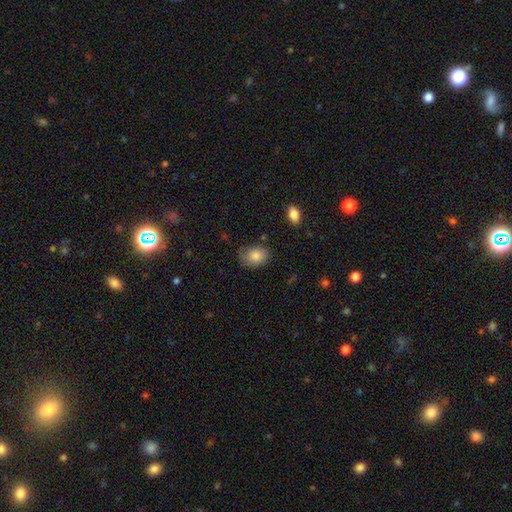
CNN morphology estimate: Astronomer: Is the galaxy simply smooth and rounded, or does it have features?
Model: smooth — 85%.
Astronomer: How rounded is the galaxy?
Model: in between — 74%.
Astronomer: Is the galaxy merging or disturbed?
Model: none — 71%.